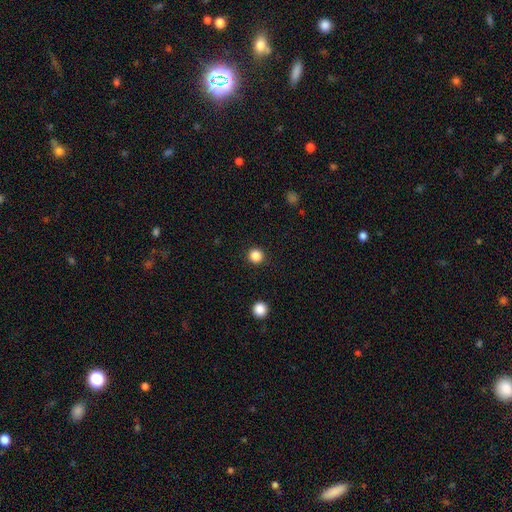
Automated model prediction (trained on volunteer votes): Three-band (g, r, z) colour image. It shows a smooth galaxy with no disk features (85%) that is round (95%). Merging: none (92%).